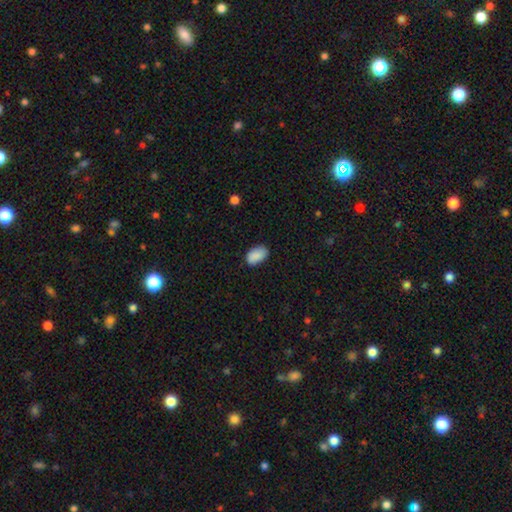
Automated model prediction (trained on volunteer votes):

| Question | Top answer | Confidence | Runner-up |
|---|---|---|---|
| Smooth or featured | smooth | 89% | star or artifact (7%) |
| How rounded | in between | 91% | round (8%) |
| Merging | none | 79% | minor disturbance (17%) |